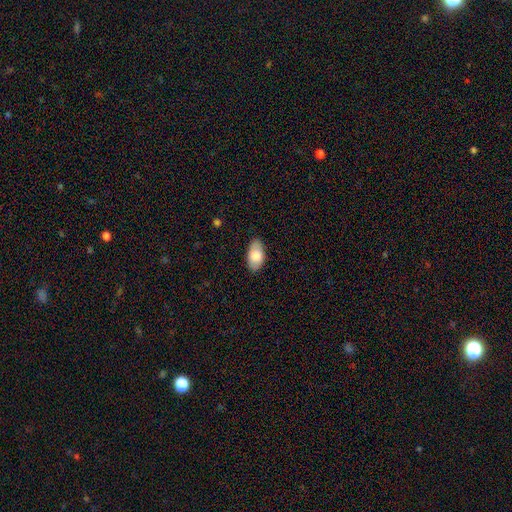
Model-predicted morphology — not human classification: Smooth or featured?
  - smooth: 81% *
  - featured or disk: 13%
  - star or artifact: 6%
How rounded?
  - in between: 95% *
  - round: 3%
  - cigar-shaped: 2%
Merging?
  - none: 85% *
  - minor disturbance: 11%
  - major disturbance: 2%
  - merger: 1%